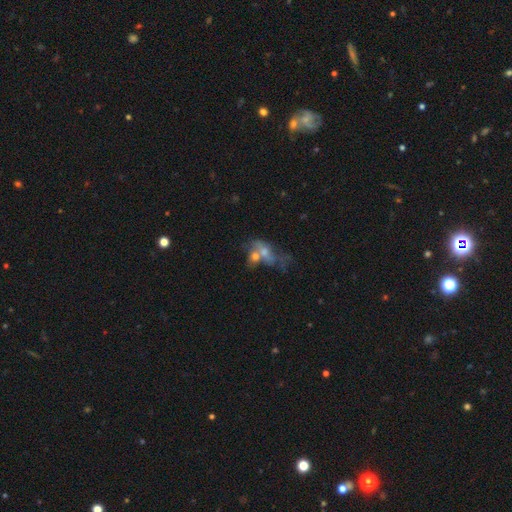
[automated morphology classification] A featured or disk galaxy (45%).

Vote fractions:
- Smooth or featured? featured or disk: 45% / smooth: 31% / star or artifact: 24%
- Merging? merger: 44% / none: 27% / major disturbance: 18% / minor disturbance: 12%